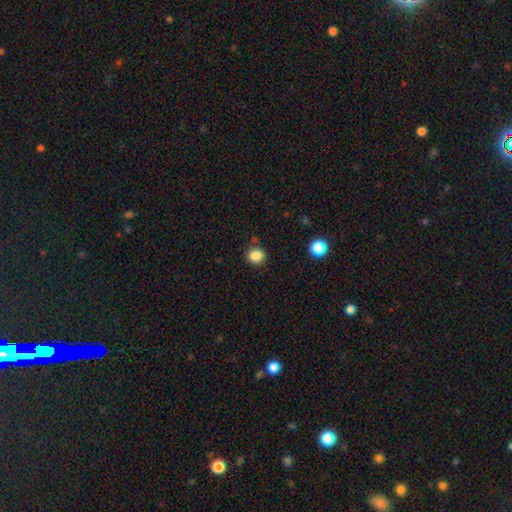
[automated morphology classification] A smooth galaxy with no disk features (85%) that is round (78%). Merging: none (84%).